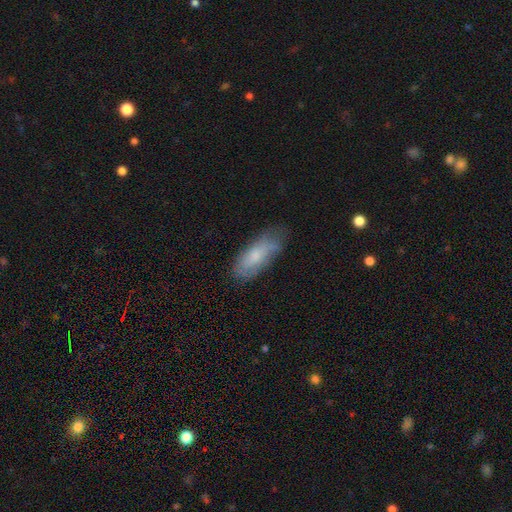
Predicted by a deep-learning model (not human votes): smooth 62%, featured or disk 31%, star or artifact 7%. Down the decision tree: how rounded — in between (73%); merging — none (62%).